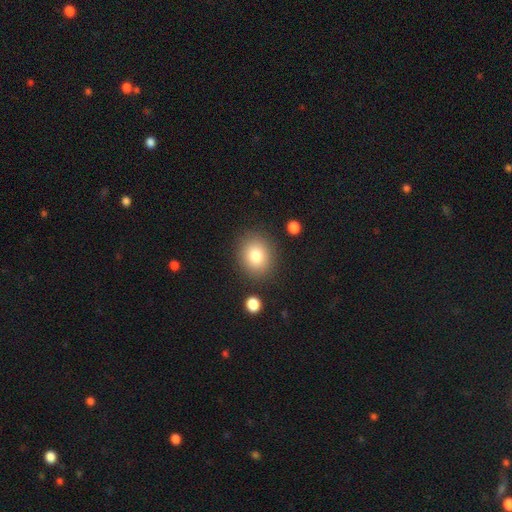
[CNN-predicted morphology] This is clearly a smooth galaxy (81%). How rounded: likely round (65%). Merging: clearly none (85%).